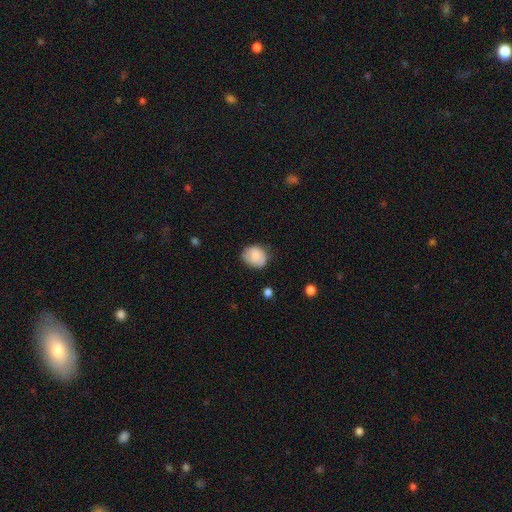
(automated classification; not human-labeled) The model was most divided on "how rounded": round: 58%, in between: 41%, cigar-shaped: 1%. More confident: smooth or featured — smooth (82%); merging — none (70%).